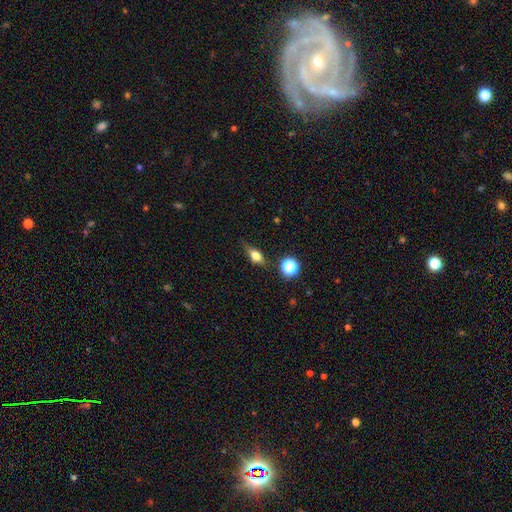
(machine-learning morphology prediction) smooth-or-featured: smooth: 61% | featured or disk: 28% | star or artifact: 12%
  how-rounded: in between: 60% | round: 21% | cigar-shaped: 19%
  merging: none: 69% | minor disturbance: 21% | major disturbance: 6% | merger: 3%